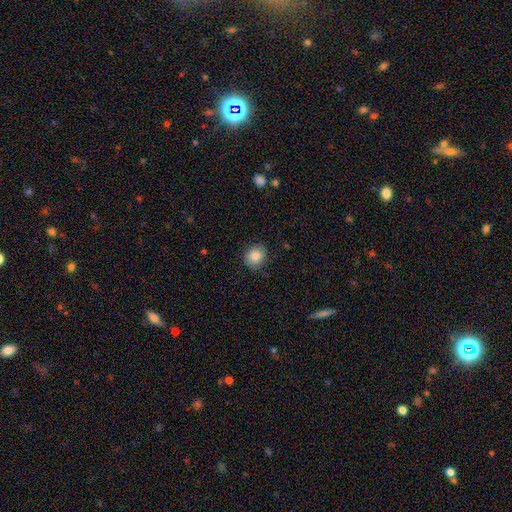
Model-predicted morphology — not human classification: The model was most divided on "how rounded": round: 74%, in between: 25%, cigar-shaped: 1%. More confident: merging — none (86%); smooth or featured — smooth (84%).